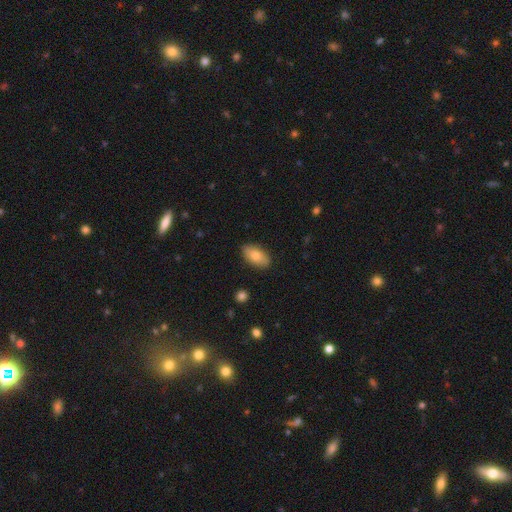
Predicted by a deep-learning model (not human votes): The model was most divided on "smooth or featured": smooth: 80%, featured or disk: 14%, star or artifact: 7%. More confident: how rounded — in between (93%); merging — none (87%).